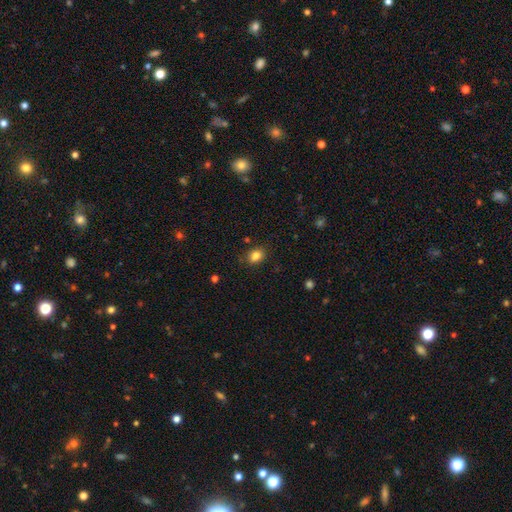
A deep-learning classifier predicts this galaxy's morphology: Smooth or featured?
  - smooth: 85% *
  - star or artifact: 10%
  - featured or disk: 5%
How rounded?
  - in between: 63% *
  - round: 36%
  - cigar-shaped: 1%
Merging?
  - none: 81% *
  - minor disturbance: 14%
  - major disturbance: 3%
  - merger: 2%